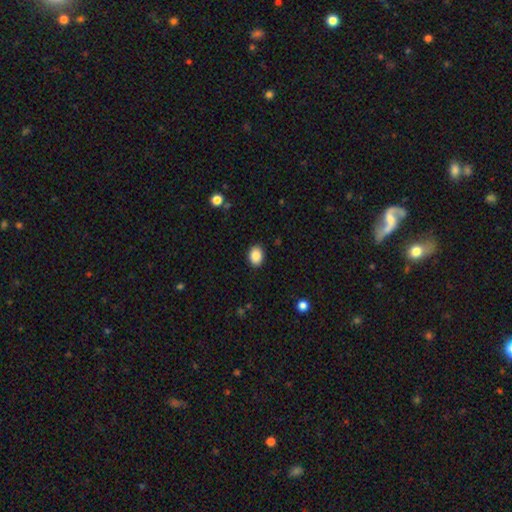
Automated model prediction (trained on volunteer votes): Smooth or featured: smooth — 89% (star or artifact — 8%)
How rounded: in between — 73% (round — 27%)
Merging: none — 88% (minor disturbance — 8%)